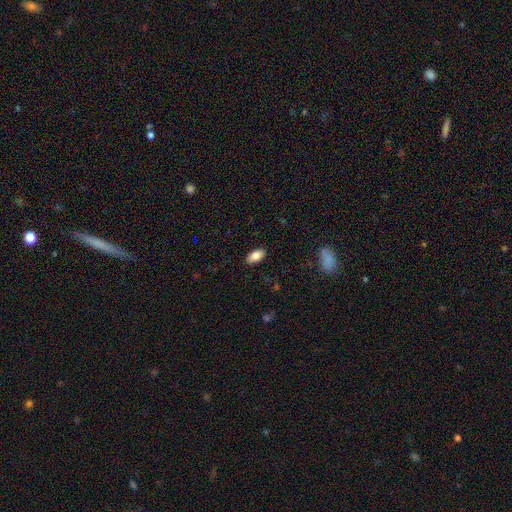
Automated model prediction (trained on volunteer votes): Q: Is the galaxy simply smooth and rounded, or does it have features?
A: smooth — 83%.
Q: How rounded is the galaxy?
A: in between — 92%.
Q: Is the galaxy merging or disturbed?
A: none — 89%.